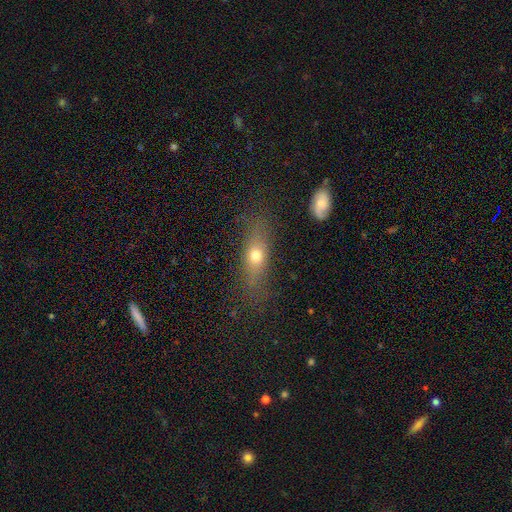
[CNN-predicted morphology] The model was most divided on "how rounded": in between: 50%, cigar-shaped: 38%, round: 12%. More confident: merging — none (75%); smooth or featured — smooth (62%).